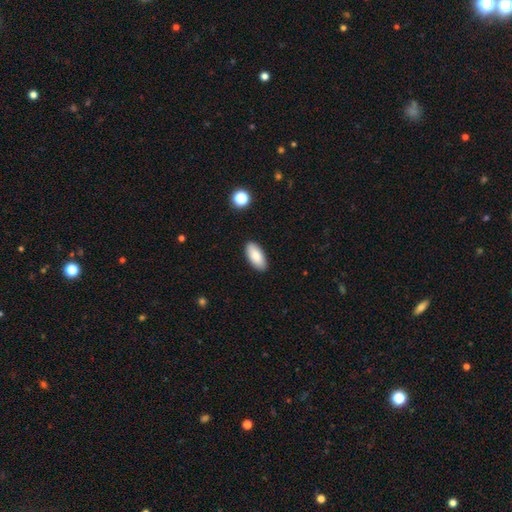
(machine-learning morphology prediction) The model was most divided on "merging": none: 89%, minor disturbance: 8%, major disturbance: 2%, merger: 1%. More confident: how rounded — in between (90%); smooth or featured — smooth (87%).